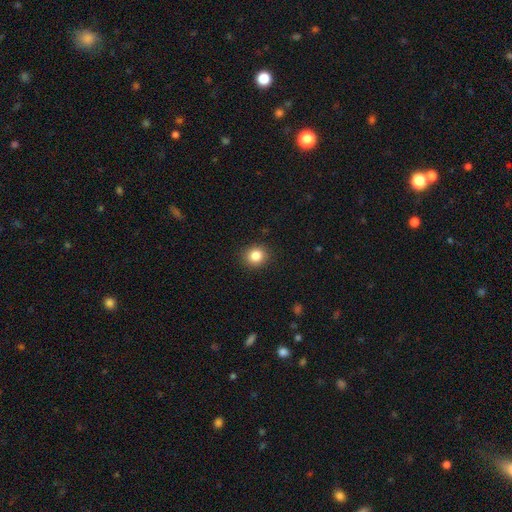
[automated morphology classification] smooth 84%, star or artifact 10%, featured or disk 5%. Down the decision tree: how rounded — round (81%); merging — none (91%).